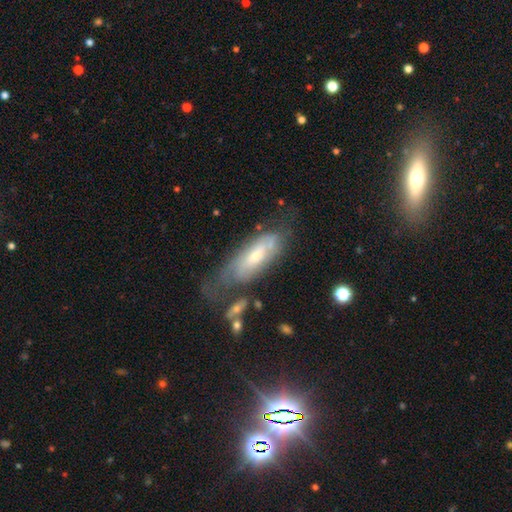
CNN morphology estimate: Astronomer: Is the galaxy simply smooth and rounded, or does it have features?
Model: featured or disk — 62%.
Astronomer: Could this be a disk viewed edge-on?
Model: no — 81%.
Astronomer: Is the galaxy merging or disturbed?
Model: none — 44% (runner-up: minor disturbance, 27%).